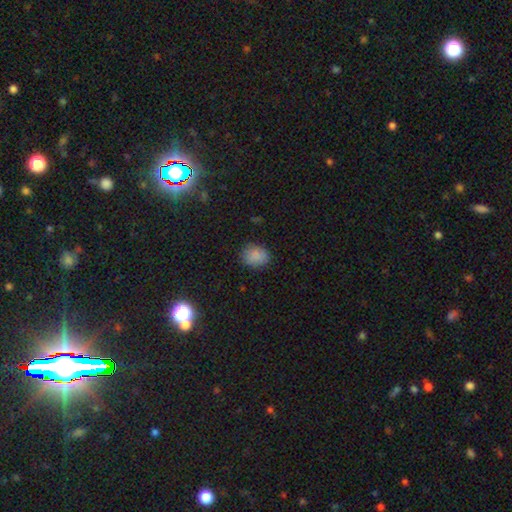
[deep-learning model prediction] Overall: smooth (84%). How rounded: in between (51%; round 48%). Merging: none (82%).